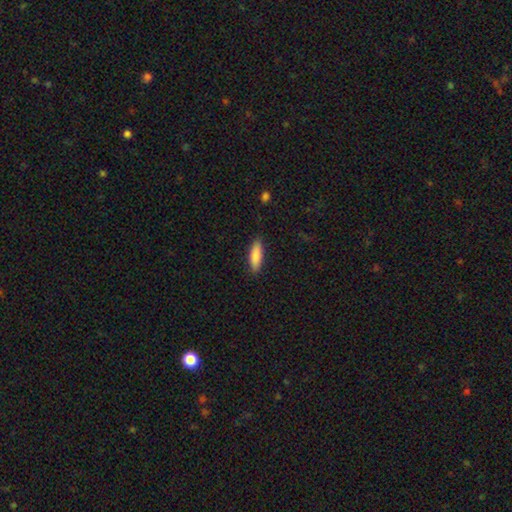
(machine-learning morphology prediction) Smooth or featured? smooth (88%)
How rounded? in between (50%)
Merging? none (87%)